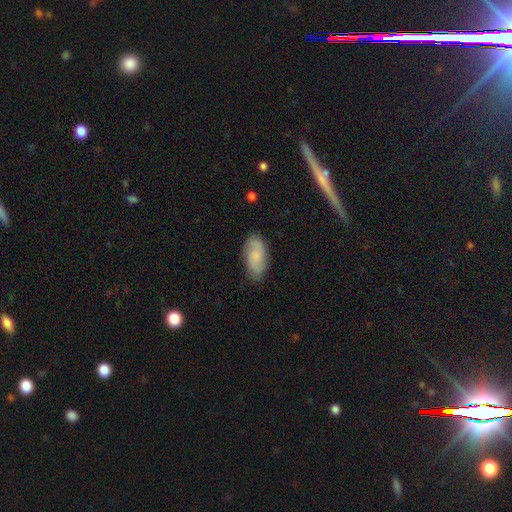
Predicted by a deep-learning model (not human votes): Smooth or featured? smooth (55%)
How rounded? in between (91%)
Merging? none (80%)